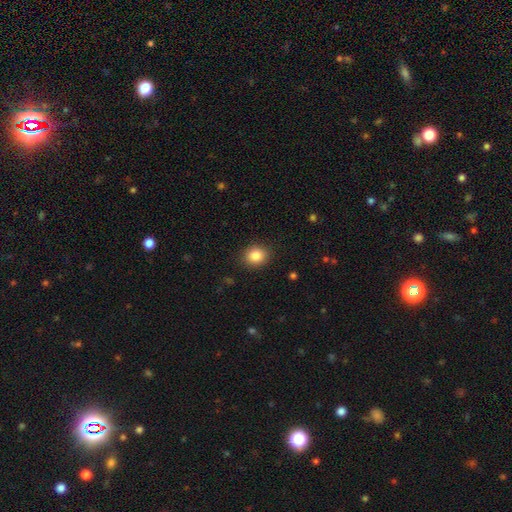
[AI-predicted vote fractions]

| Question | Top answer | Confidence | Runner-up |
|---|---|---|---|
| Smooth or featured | smooth | 85% | star or artifact (10%) |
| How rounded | round | 68% | in between (31%) |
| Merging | none | 89% | minor disturbance (8%) |